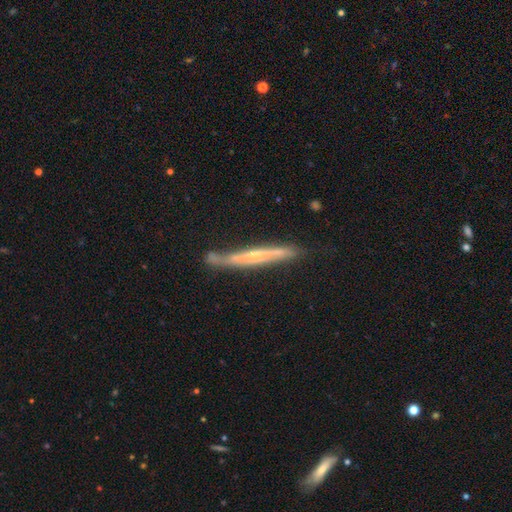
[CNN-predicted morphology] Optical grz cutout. It shows a featured or disk galaxy (70%) viewed edge-on (89%) with a rounded central bulge (51%). Merging: none (67%).